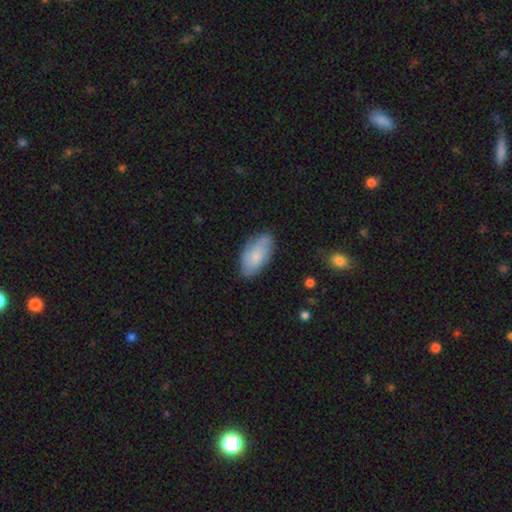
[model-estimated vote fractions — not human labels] A smooth galaxy with no disk features (58%) that is in between round and cigar-shaped (93%).

Vote fractions:
- Smooth or featured? smooth: 58% / featured or disk: 35% / star or artifact: 7%
- How rounded? in between: 93% / cigar-shaped: 5% / round: 3%
- Merging? none: 74% / minor disturbance: 20% / major disturbance: 4% / merger: 2%